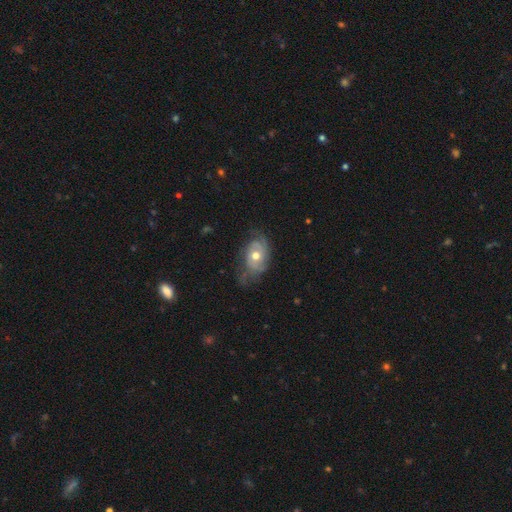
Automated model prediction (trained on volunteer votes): smooth_or_featured: featured or disk (p=0.67) [alt: smooth p=0.26]
disk_edge_on: no (p=0.94) [alt: yes p=0.06]
bar: no (p=0.82) [alt: weak p=0.15]
has_spiral_arms: yes (p=0.78) [alt: no p=0.22]
bulge_size: moderate (p=0.77) [alt: small p=0.13]
merging: none (p=0.51) [alt: minor disturbance p=0.30]